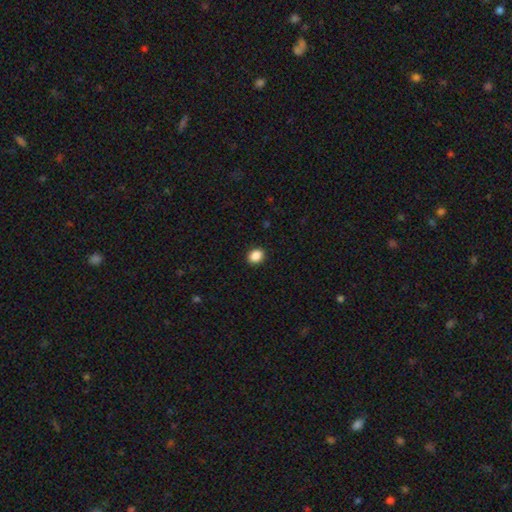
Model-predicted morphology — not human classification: smooth 88%, star or artifact 9%, featured or disk 3%. Down the decision tree: how rounded — round (53%); merging — none (91%).